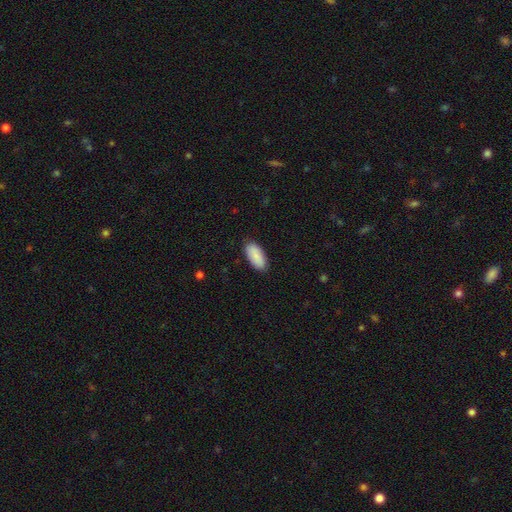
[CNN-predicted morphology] A smooth galaxy with no disk features (89%) that is in between round and cigar-shaped (90%). Merging: none (87%).